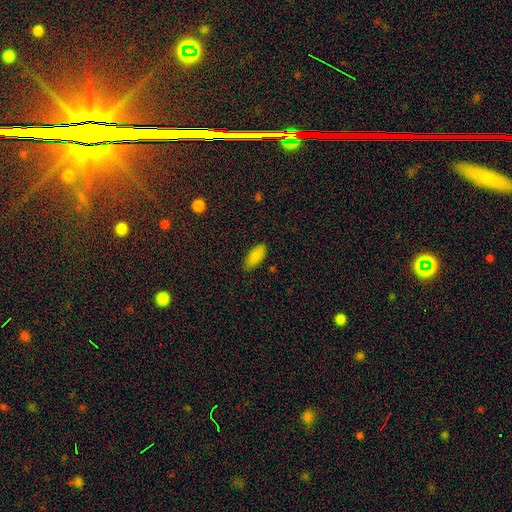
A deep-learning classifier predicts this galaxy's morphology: Smooth or featured? smooth (87%)
How rounded? in between (86%)
Merging? none (83%)